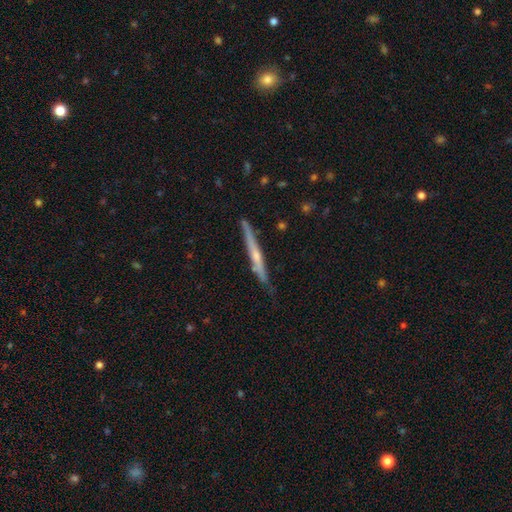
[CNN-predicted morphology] smooth_or_featured: featured or disk (p=0.64) [alt: smooth p=0.30]
disk_edge_on: yes (p=0.96) [alt: no p=0.04]
edge_on_bulge: rounded (p=0.58) [alt: none p=0.36]
merging: none (p=0.82) [alt: minor disturbance p=0.14]